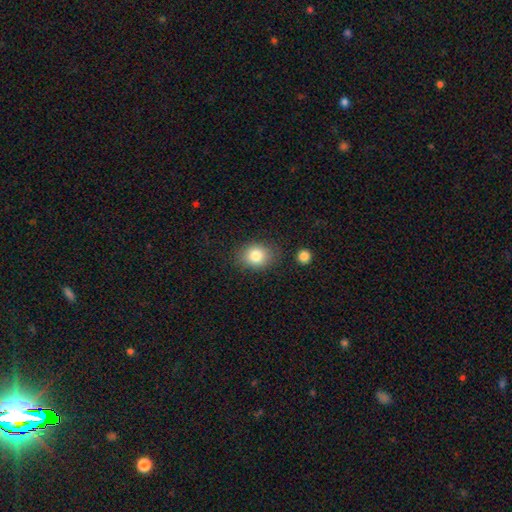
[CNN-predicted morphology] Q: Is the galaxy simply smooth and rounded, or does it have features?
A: smooth — 83%.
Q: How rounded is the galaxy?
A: round — 51%.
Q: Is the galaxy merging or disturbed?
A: none — 81%.